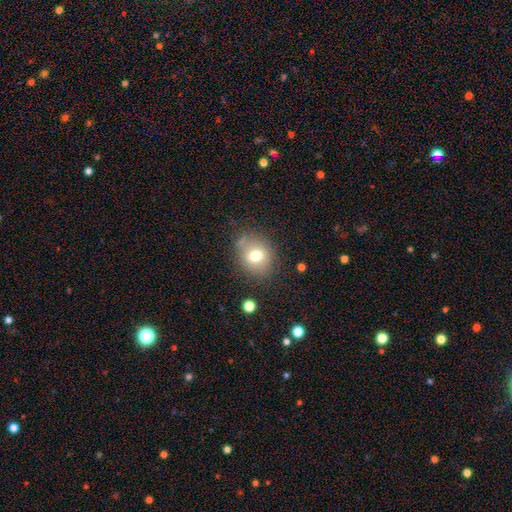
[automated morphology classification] smooth 72%, featured or disk 16%, star or artifact 12%. Down the decision tree: how rounded — round (62%); merging — none (73%).